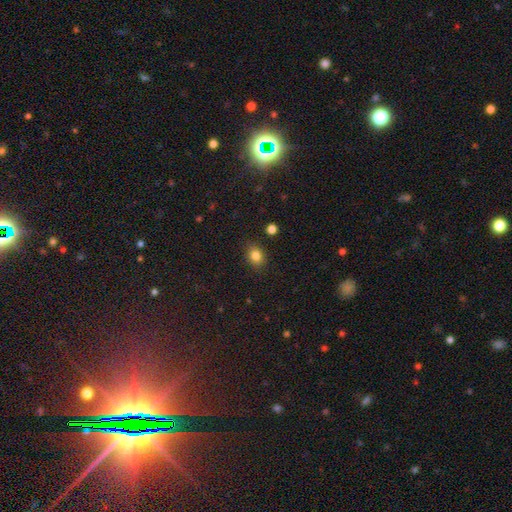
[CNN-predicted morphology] type=smooth (82%); roundness=in between (57%); merging=none (86%).